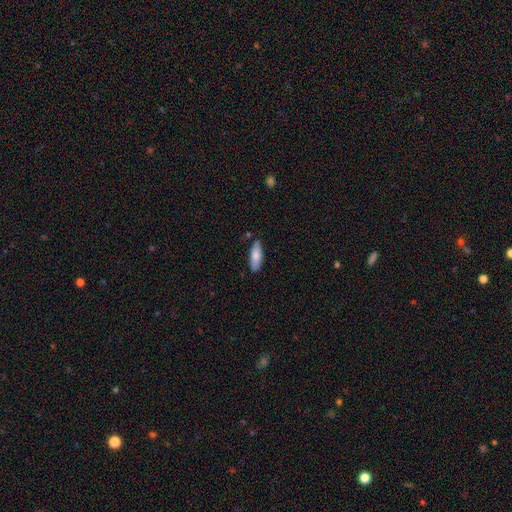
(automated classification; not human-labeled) Smooth or featured: smooth — 82% (featured or disk — 13%)
How rounded: in between — 65% (cigar-shaped — 33%)
Merging: none — 84% (minor disturbance — 12%)